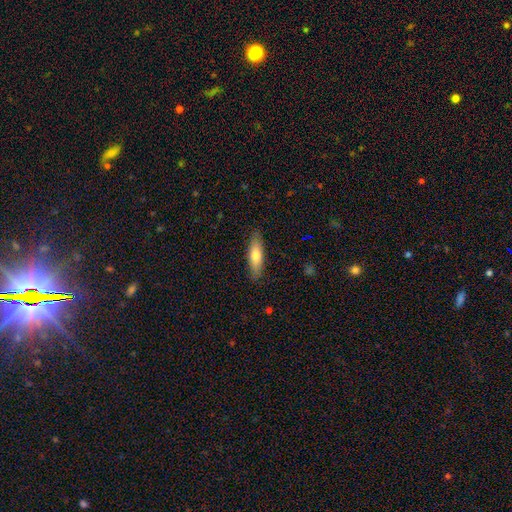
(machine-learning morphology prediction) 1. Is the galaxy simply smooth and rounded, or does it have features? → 70% smooth, 24% featured or disk, 6% star or artifact.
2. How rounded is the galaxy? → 55% cigar-shaped, 43% in between, 2% round.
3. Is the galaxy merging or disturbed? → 87% none, 10% minor disturbance, 2% major disturbance, 1% merger.